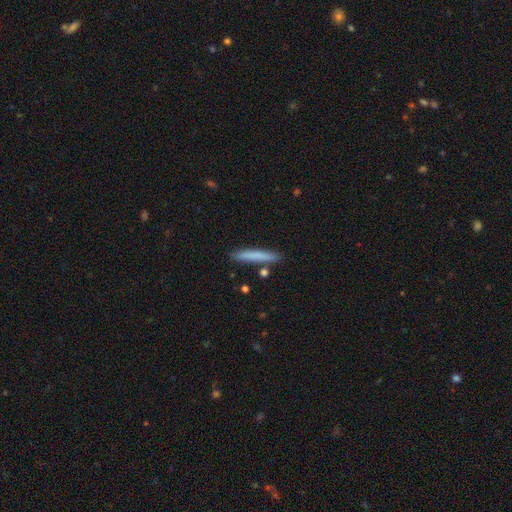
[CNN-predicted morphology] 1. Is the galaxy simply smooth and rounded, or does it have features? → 76% smooth, 18% featured or disk, 6% star or artifact.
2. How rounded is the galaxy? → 95% cigar-shaped, 3% in between, 1% round.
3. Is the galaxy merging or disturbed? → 86% none, 8% minor disturbance, 4% merger, 2% major disturbance.